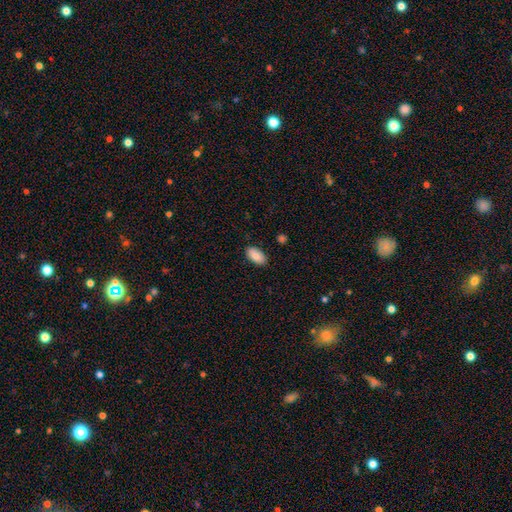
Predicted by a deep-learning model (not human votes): Smooth or featured? Predicted: smooth (p=0.87). How rounded? Predicted: in between (p=0.94). Merging? Predicted: none (p=0.87).